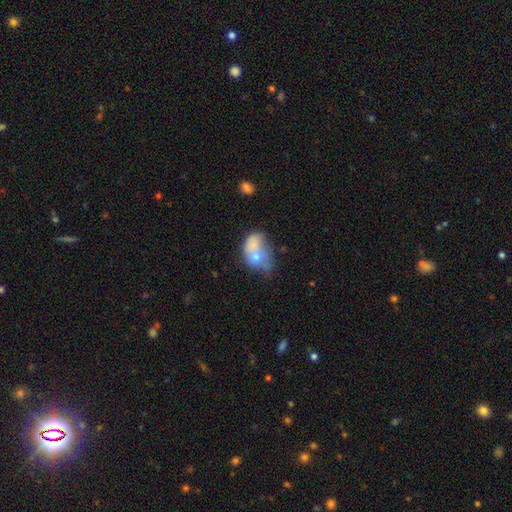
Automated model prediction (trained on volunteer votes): Smooth or featured? Predicted: smooth (p=0.61). How rounded? Predicted: in between (p=0.72). Merging? Predicted: merger (p=0.53).